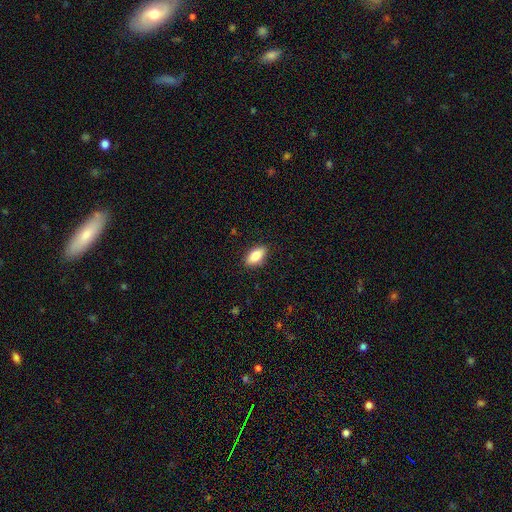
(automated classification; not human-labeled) smooth_or_featured: smooth (p=0.85) [alt: featured or disk p=0.08]
how_rounded: in between (p=0.89) [alt: cigar-shaped p=0.07]
merging: none (p=0.88) [alt: minor disturbance p=0.09]